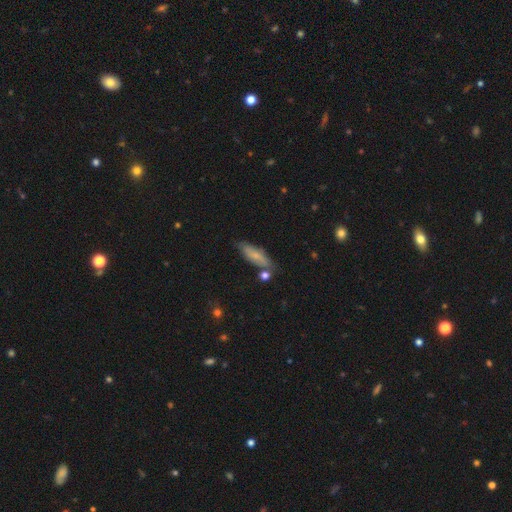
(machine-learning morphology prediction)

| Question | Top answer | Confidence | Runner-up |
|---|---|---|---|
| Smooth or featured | smooth | 64% | featured or disk (28%) |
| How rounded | in between | 50% | cigar-shaped (48%) |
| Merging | none | 70% | minor disturbance (19%) |